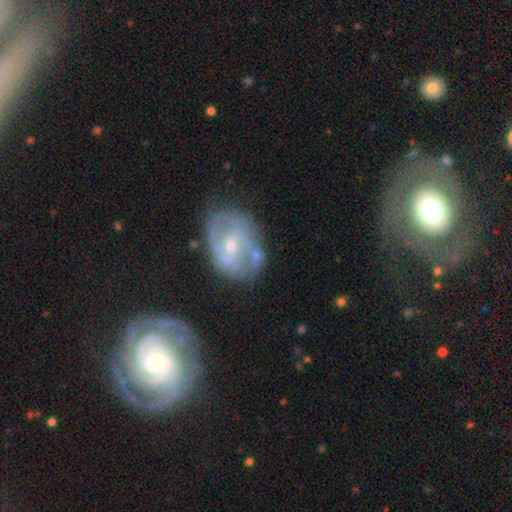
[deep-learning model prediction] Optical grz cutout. It shows a featured or disk galaxy (73%) with no bar (46%), 2 (58%) medium (46%) spiral arms (80%) and a small central bulge (59%). Merging: none (62%).